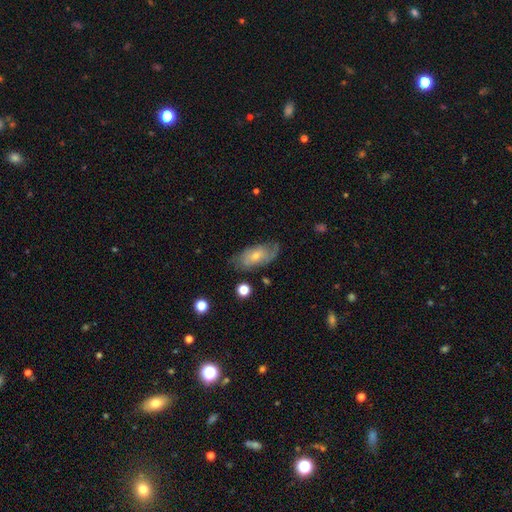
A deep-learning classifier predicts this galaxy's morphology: The model was most divided on "smooth or featured": featured or disk: 55%, smooth: 36%, star or artifact: 9%. More confident: edge-on disk — no (87%); merging — none (71%).